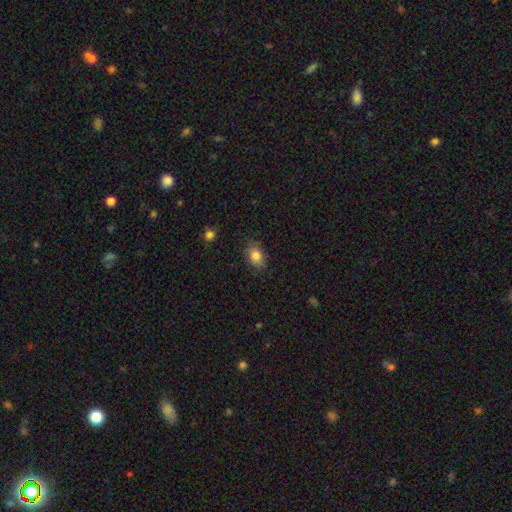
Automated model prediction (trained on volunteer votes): smooth-or-featured: smooth: 84% | star or artifact: 9% | featured or disk: 7%
  how-rounded: in between: 79% | round: 19% | cigar-shaped: 2%
  merging: none: 82% | minor disturbance: 14% | major disturbance: 3% | merger: 1%